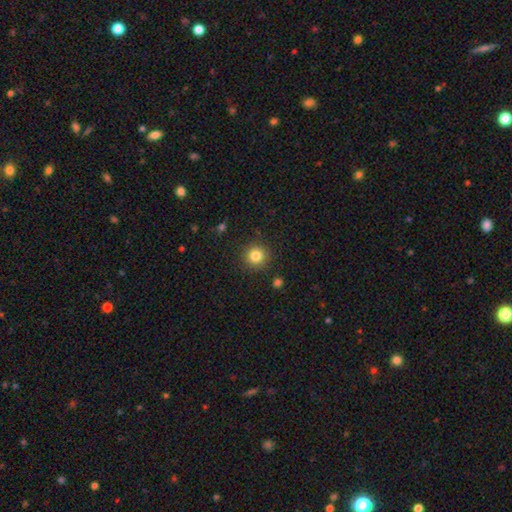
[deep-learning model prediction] Morphology: type=smooth (82%); roundness=round (94%); merging=none (91%).